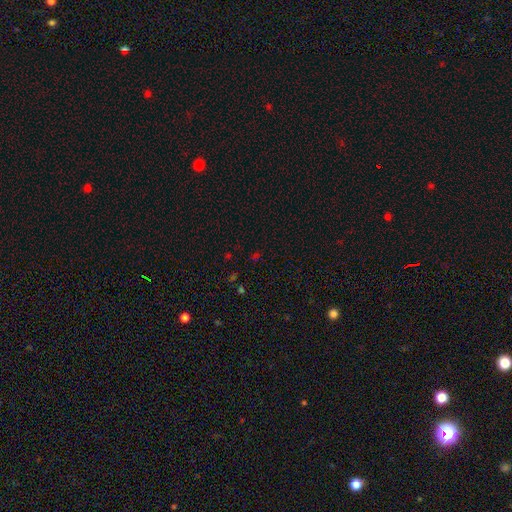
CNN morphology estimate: star or artifact 59%, smooth 34%, featured or disk 7%.